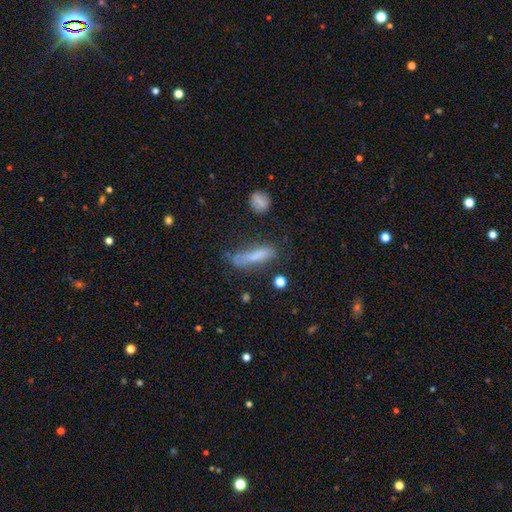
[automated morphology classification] A smooth galaxy with no disk features (68%) that is cigar-shaped (68%).

Vote fractions:
- Smooth or featured? smooth: 68% / featured or disk: 22% / star or artifact: 10%
- How rounded? cigar-shaped: 68% / in between: 29% / round: 3%
- Merging? none: 48% / minor disturbance: 28% / major disturbance: 17% / merger: 6%